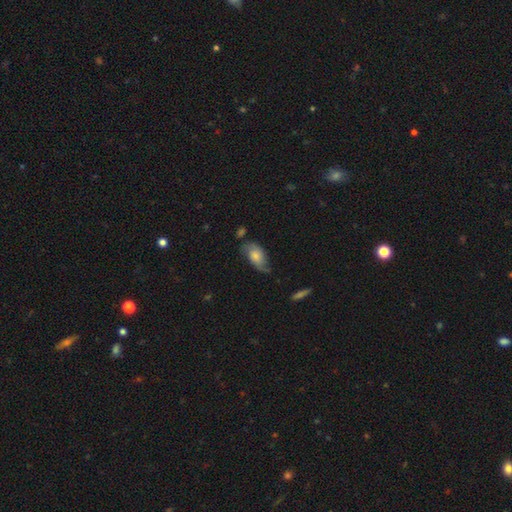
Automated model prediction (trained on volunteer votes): A featured or disk galaxy (49%). Merging: none (56%).